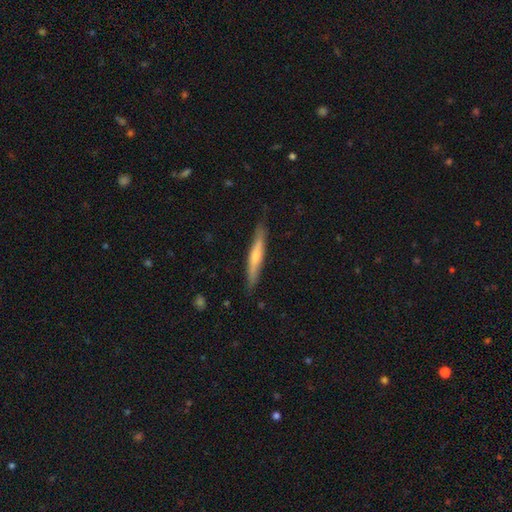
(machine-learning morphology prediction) type=featured or disk (50%); merging=none (85%).